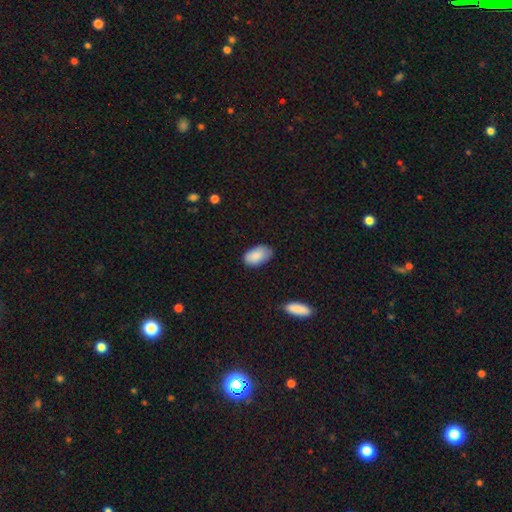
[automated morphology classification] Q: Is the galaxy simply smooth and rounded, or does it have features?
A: smooth — 88%.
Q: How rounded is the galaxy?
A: in between — 94%.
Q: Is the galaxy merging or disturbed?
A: none — 77%.